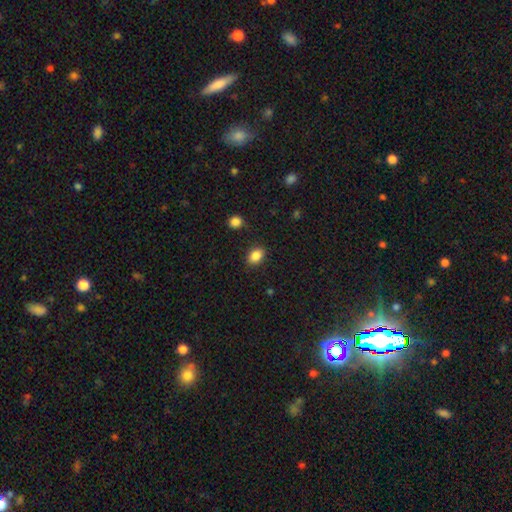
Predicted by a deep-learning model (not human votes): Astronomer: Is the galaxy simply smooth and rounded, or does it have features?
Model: smooth — 86%.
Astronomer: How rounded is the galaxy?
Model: in between — 77%.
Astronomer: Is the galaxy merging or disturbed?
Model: none — 86%.